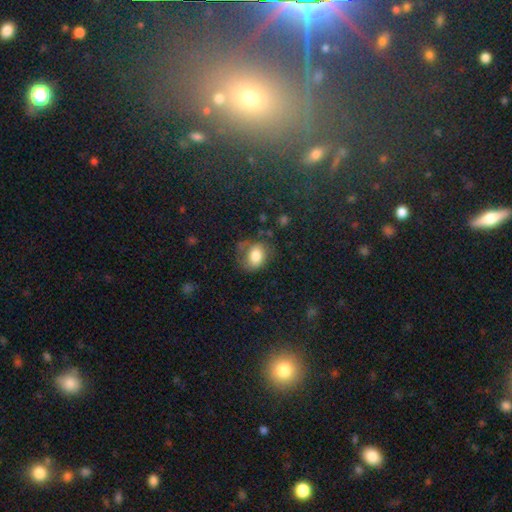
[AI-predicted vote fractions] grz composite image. It shows a smooth galaxy with no disk features (73%) that is in between round and cigar-shaped (57%). Merging: none (49%).